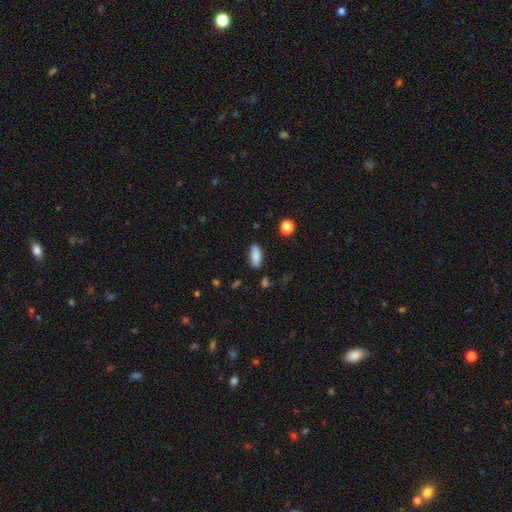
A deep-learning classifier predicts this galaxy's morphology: A smooth galaxy with no disk features (86%) that is in between round and cigar-shaped (66%).

Vote fractions:
- Smooth or featured? smooth: 86% / star or artifact: 7% / featured or disk: 6%
- How rounded? in between: 66% / cigar-shaped: 31% / round: 2%
- Merging? none: 87% / minor disturbance: 9% / major disturbance: 2% / merger: 2%